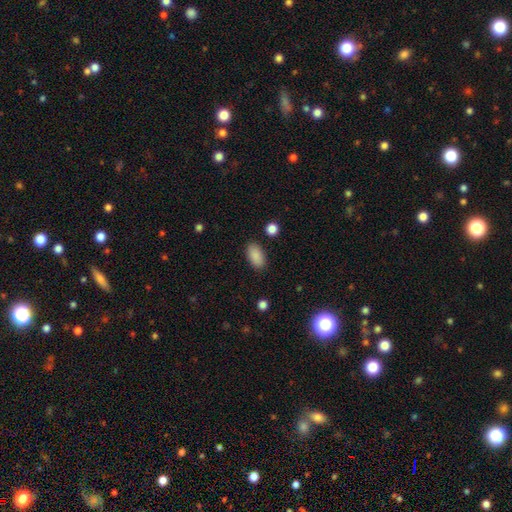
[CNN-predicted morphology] Smooth or featured: smooth — 89% (star or artifact — 7%)
How rounded: in between — 93% (round — 4%)
Merging: none — 88% (minor disturbance — 8%)